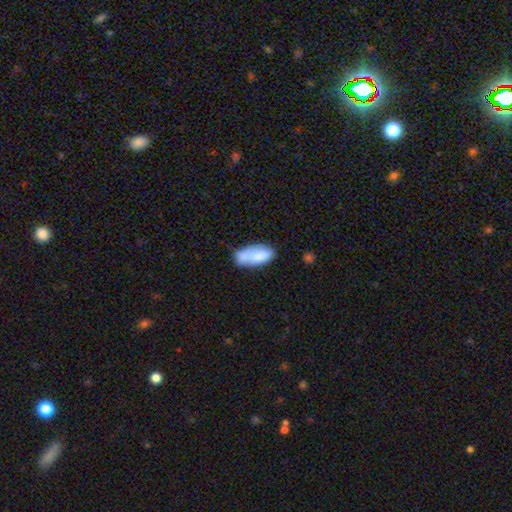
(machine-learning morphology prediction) smooth-or-featured: smooth: 76% | featured or disk: 17% | star or artifact: 7%
  how-rounded: in between: 87% | cigar-shaped: 11% | round: 2%
  merging: none: 47% | minor disturbance: 28% | merger: 17% | major disturbance: 8%